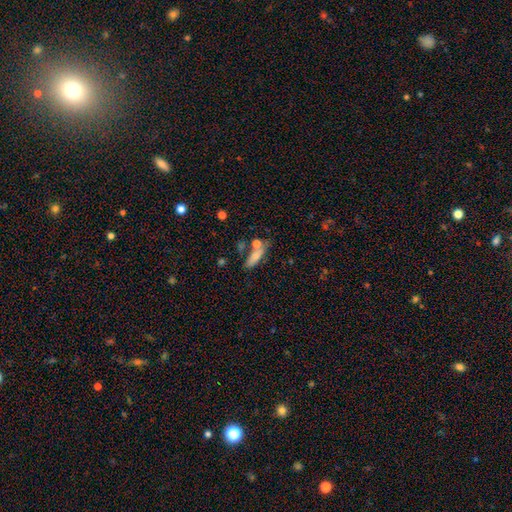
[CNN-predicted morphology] Smooth or featured?
  - smooth: 74% *
  - featured or disk: 17%
  - star or artifact: 9%
How rounded?
  - in between: 54% *
  - cigar-shaped: 42%
  - round: 4%
Merging?
  - none: 52% *
  - merger: 24%
  - minor disturbance: 17%
  - major disturbance: 7%